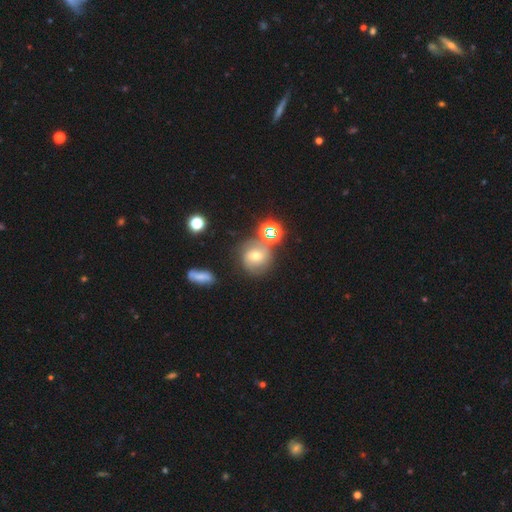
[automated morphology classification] Smooth or featured?
  - smooth: 42% *
  - featured or disk: 35%
  - star or artifact: 23%
Merging?
  - none: 61% *
  - merger: 16%
  - minor disturbance: 16%
  - major disturbance: 7%